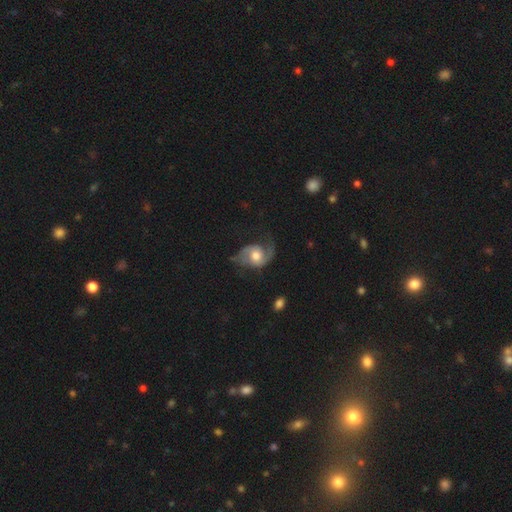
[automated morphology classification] Smooth or featured? Predicted: featured or disk (p=0.78). Edge-on disk? Predicted: no (p=0.97). Bar? Predicted: no (p=0.68). Spiral arms? Predicted: yes (p=0.93). Spiral winding? Predicted: loose (p=0.43). Spiral arm count? Predicted: 2 (p=0.81). Bulge size? Predicted: moderate (p=0.68). Merging? Predicted: none (p=0.54).